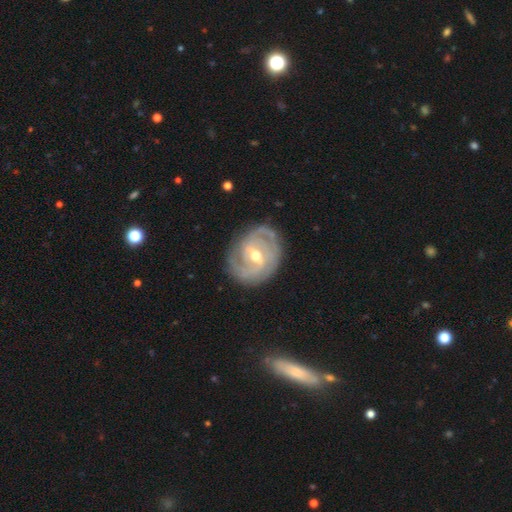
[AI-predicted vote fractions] Smooth or featured? featured or disk (87%)
Edge-on disk? no (97%)
Bar? weak (52%)
Spiral arms? yes (95%)
Spiral winding? tight (62%)
Spiral arm count? 2 (42%)
Bulge size? moderate (66%)
Merging? none (78%)